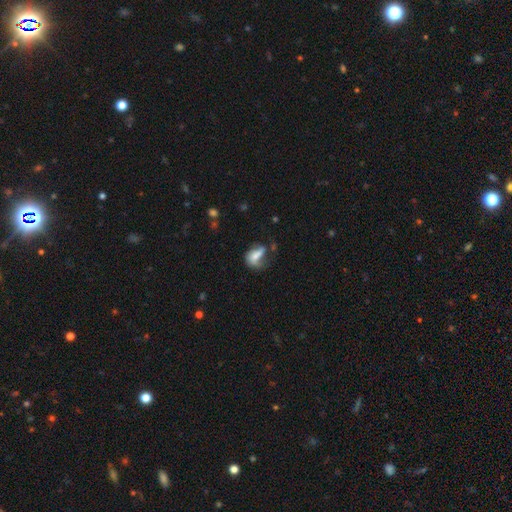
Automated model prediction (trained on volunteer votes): Smooth or featured: smooth — 51% (featured or disk — 39%)
How rounded: in between — 78% (round — 15%)
Merging: major disturbance — 37% (none — 30%)